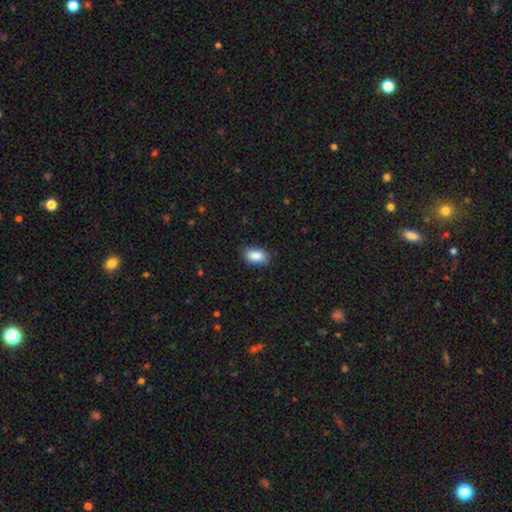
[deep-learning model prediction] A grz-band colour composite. It shows a smooth galaxy with no disk features (89%) that is in between round and cigar-shaped (91%). Merging: none (84%).